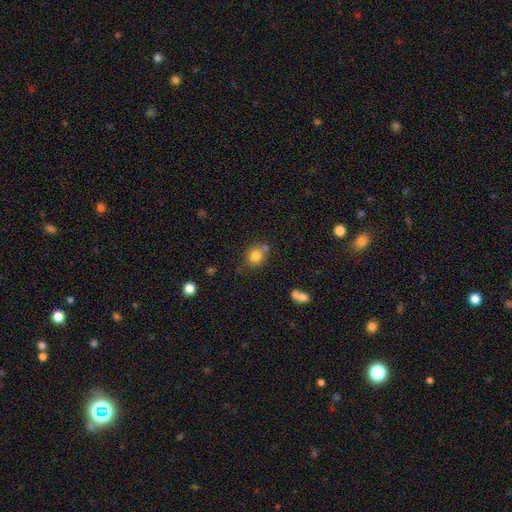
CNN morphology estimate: Smooth or featured?
  - smooth: 81% *
  - star or artifact: 11%
  - featured or disk: 8%
How rounded?
  - round: 78% *
  - in between: 21%
  - cigar-shaped: 1%
Merging?
  - none: 62% *
  - merger: 18%
  - minor disturbance: 15%
  - major disturbance: 5%